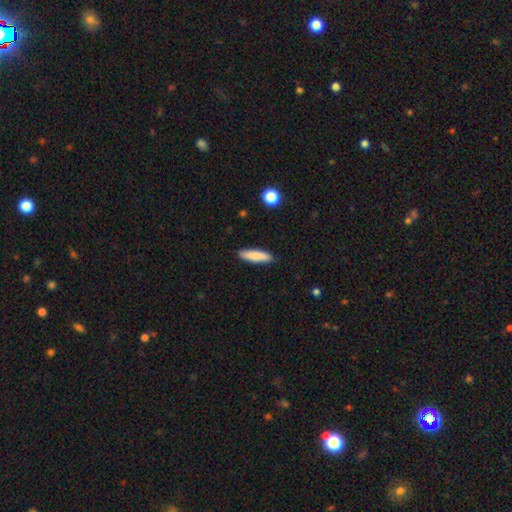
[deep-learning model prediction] Smooth or featured? Predicted: smooth (p=0.79). How rounded? Predicted: cigar-shaped (p=0.71). Merging? Predicted: none (p=0.88).